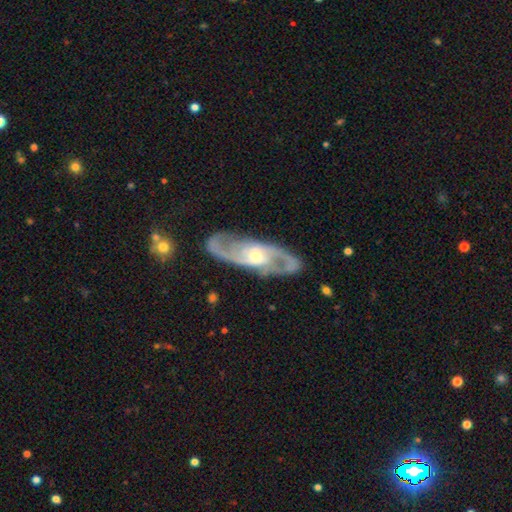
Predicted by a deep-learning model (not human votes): A featured or disk galaxy (90%) with no bar (48%), 2 (89%) medium (55%) spiral arms (97%) and a moderate central bulge (48%).

Vote fractions:
- Smooth or featured? featured or disk: 90% / smooth: 6% / star or artifact: 5%
- Edge-on disk? no: 92% / yes: 8%
- Bar? no: 48% / weak: 36% / strong: 15%
- Spiral arms? yes: 97% / no: 3%
- Spiral winding? medium: 55% / tight: 23% / loose: 22%
- Spiral arm count? 2: 89% / can't tell: 4% / 3: 3% / 1: 1% / 4: 1% / more than 4: 1%
- Bulge size? moderate: 48% / small: 47% / large: 3% / none: 1% / dominant: 1%
- Merging? none: 82% / minor disturbance: 12% / major disturbance: 4% / merger: 2%